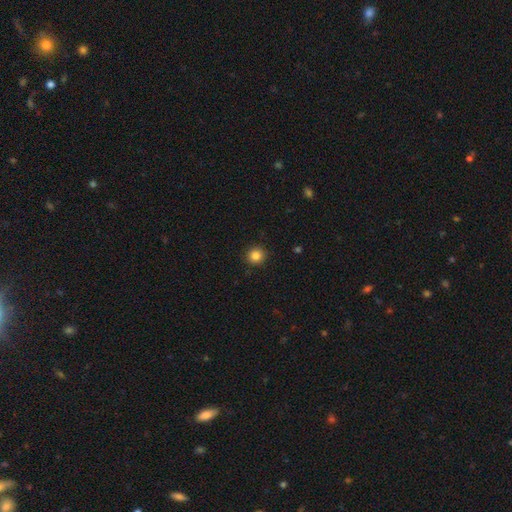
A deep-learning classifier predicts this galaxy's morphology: Smooth or featured? smooth (84%)
How rounded? round (93%)
Merging? none (92%)